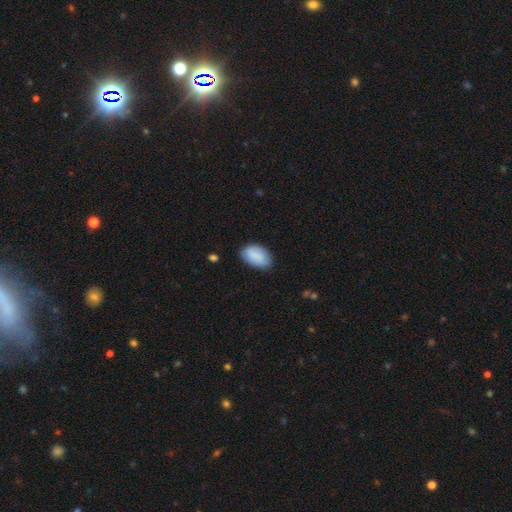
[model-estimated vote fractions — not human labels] Morphology: type=smooth (88%); roundness=in between (93%); merging=none (80%).